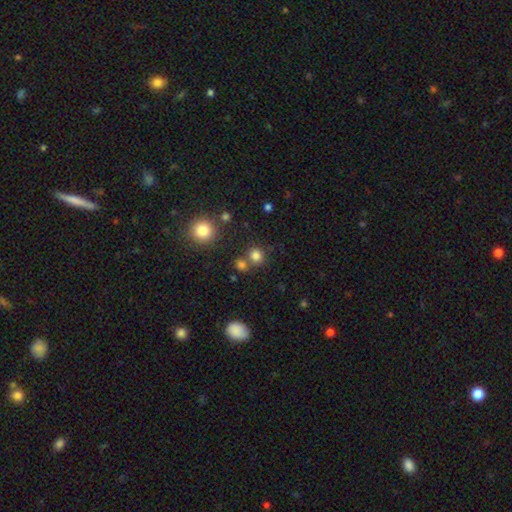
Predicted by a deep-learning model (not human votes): Smooth or featured? Predicted: smooth (p=0.78). How rounded? Predicted: round (p=0.88). Merging? Predicted: none (p=0.68).